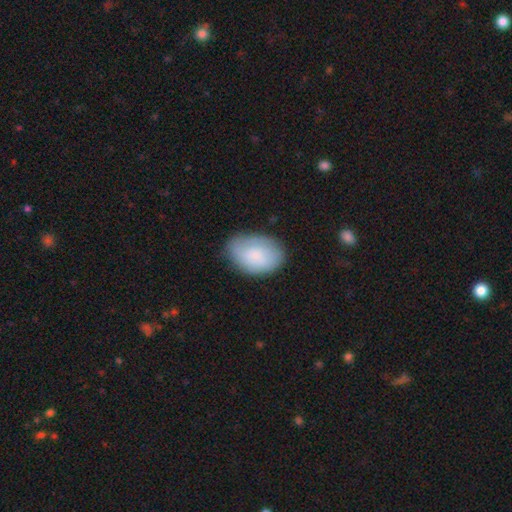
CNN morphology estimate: type=smooth (73%); roundness=in between (86%); merging=none (68%).